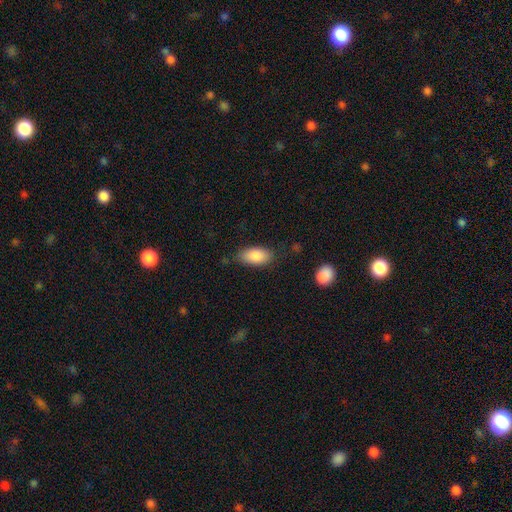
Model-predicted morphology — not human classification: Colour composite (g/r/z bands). It shows a smooth galaxy with no disk features (87%) that is in between round and cigar-shaped (92%). Merging: none (77%).